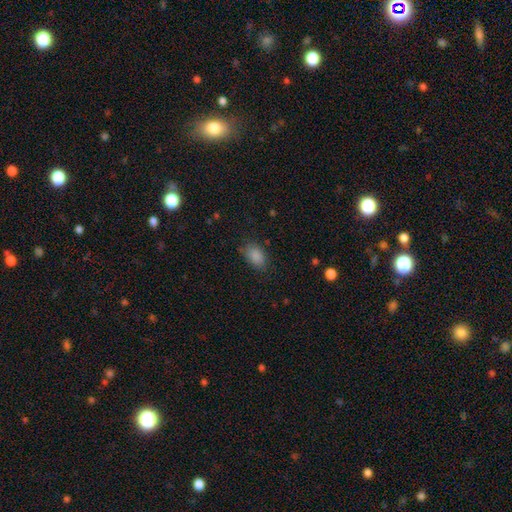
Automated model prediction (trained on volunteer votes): A smooth galaxy with no disk features (87%) that is in between round and cigar-shaped (85%).

Vote fractions:
- Smooth or featured? smooth: 87% / star or artifact: 9% / featured or disk: 4%
- How rounded? in between: 85% / round: 14% / cigar-shaped: 1%
- Merging? none: 79% / minor disturbance: 16% / major disturbance: 4% / merger: 1%